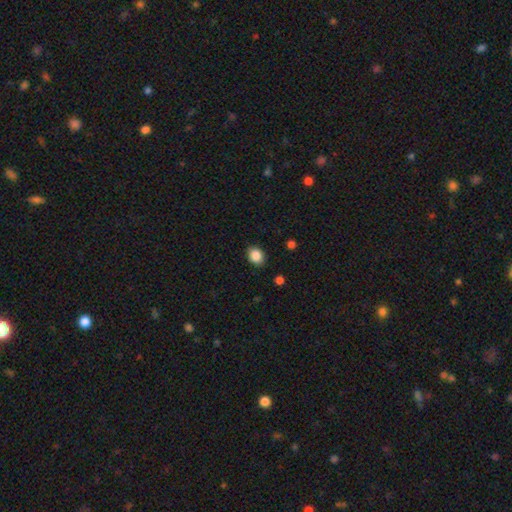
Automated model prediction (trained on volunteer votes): smooth 87%, star or artifact 9%, featured or disk 4%. Down the decision tree: how rounded — in between (53%); merging — none (88%).